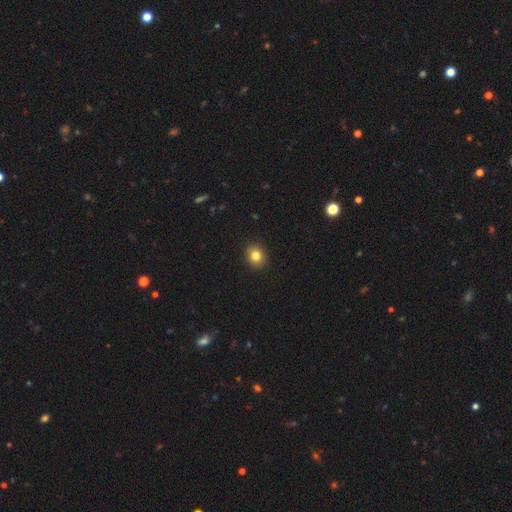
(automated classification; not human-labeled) smooth-or-featured: smooth: 82% | star or artifact: 11% | featured or disk: 7%
  how-rounded: round: 65% | in between: 34% | cigar-shaped: 1%
  merging: none: 91% | minor disturbance: 7% | major disturbance: 2% | merger: 1%